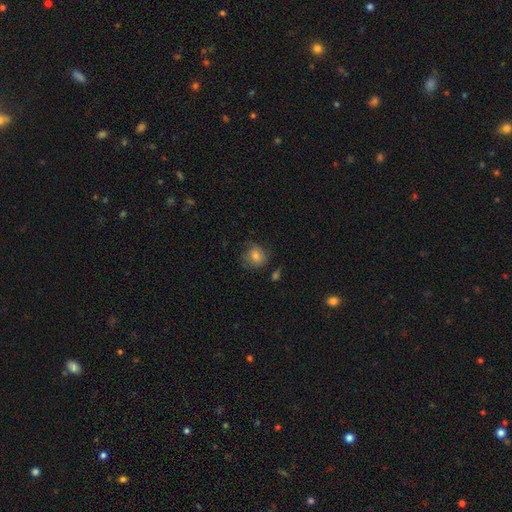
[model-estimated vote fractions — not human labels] Smooth or featured: smooth — 79% (featured or disk — 11%)
How rounded: round — 81% (in between — 18%)
Merging: none — 69% (minor disturbance — 22%)